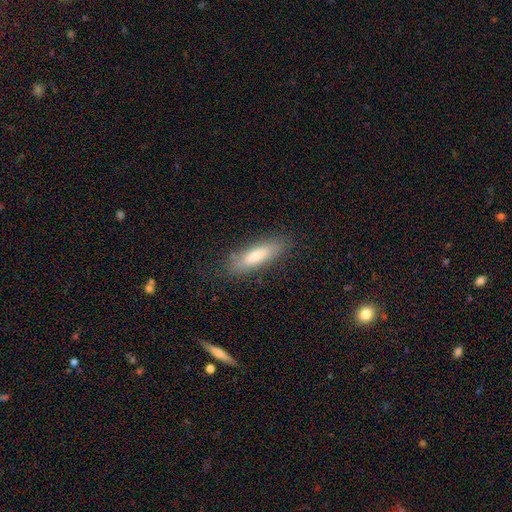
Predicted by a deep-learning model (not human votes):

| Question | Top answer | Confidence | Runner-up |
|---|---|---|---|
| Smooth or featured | smooth | 75% | featured or disk (18%) |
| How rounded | cigar-shaped | 63% | in between (35%) |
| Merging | none | 83% | minor disturbance (13%) |